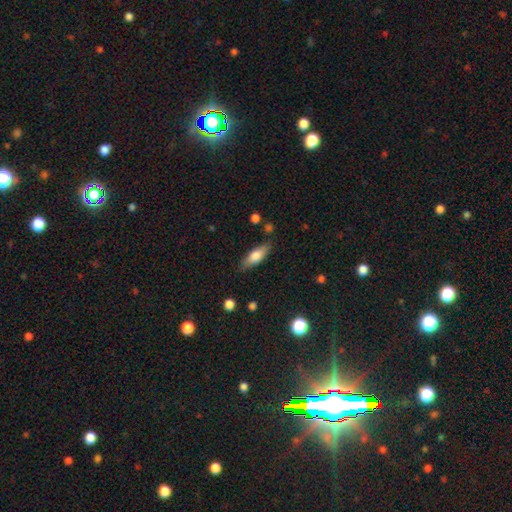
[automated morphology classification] Overall: smooth (69%). How rounded: in between (61%; cigar-shaped 37%). Merging: none (83%).